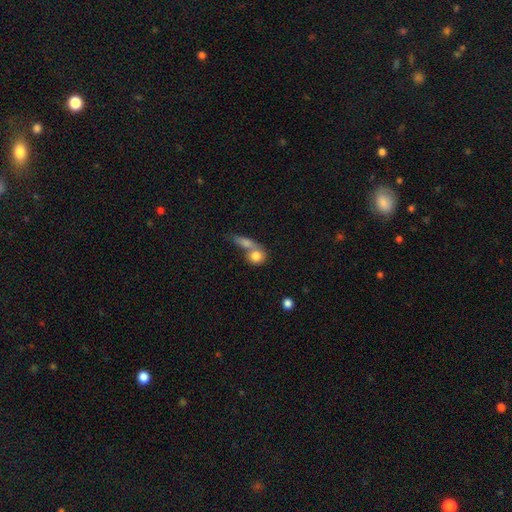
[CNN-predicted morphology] Smooth or featured: smooth — 81% (featured or disk — 11%)
How rounded: round — 71% (in between — 25%)
Merging: merger — 55% (none — 32%)